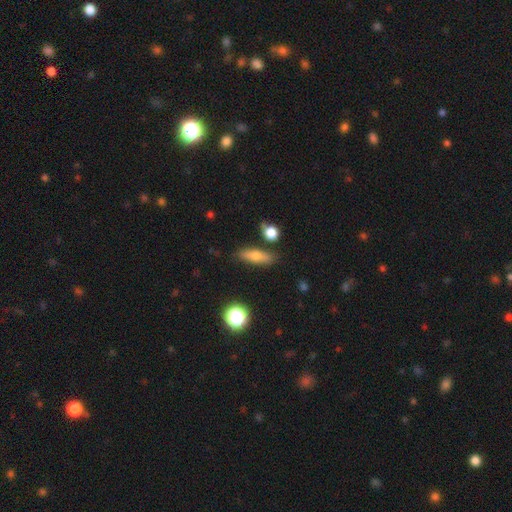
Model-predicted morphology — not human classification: Q: Smooth or featured?
A: smooth (66%); runner-up: featured or disk (25%)
Q: How rounded?
A: cigar-shaped (53%); runner-up: in between (42%)
Q: Merging?
A: none (81%); runner-up: minor disturbance (12%)